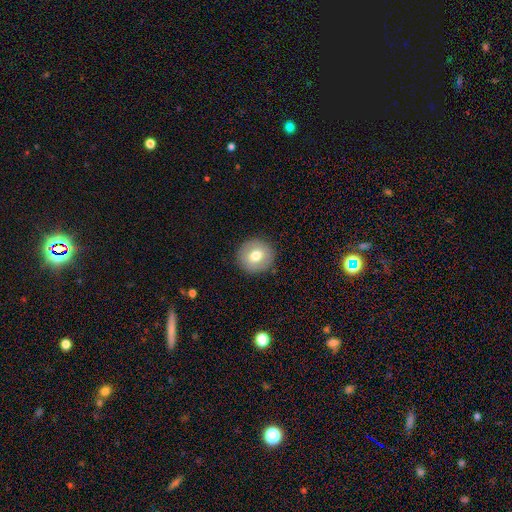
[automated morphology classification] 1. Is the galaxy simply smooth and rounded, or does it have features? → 72% smooth, 20% featured or disk, 8% star or artifact.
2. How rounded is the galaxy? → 94% round, 5% in between, 1% cigar-shaped.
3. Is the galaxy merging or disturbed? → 91% none, 6% minor disturbance, 2% major disturbance, 1% merger.